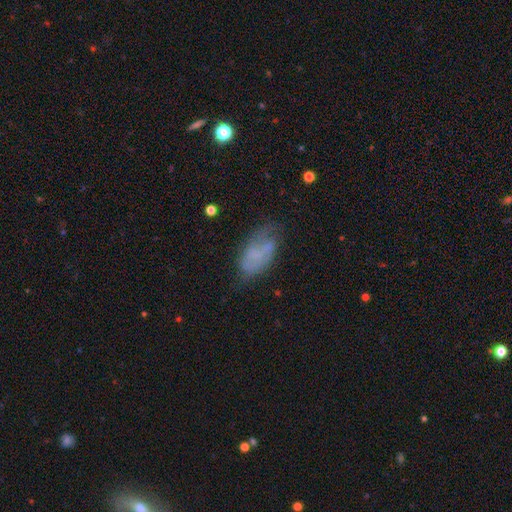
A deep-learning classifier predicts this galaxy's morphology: Overall: smooth (50%; featured or disk 39%). Merging: none (48%; minor disturbance 29%).